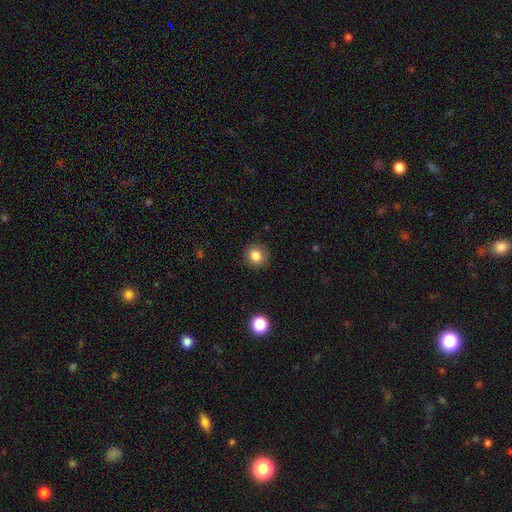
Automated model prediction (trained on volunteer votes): Q: Smooth or featured?
A: smooth (84%); runner-up: star or artifact (11%)
Q: How rounded?
A: round (83%); runner-up: in between (16%)
Q: Merging?
A: none (89%); runner-up: minor disturbance (7%)